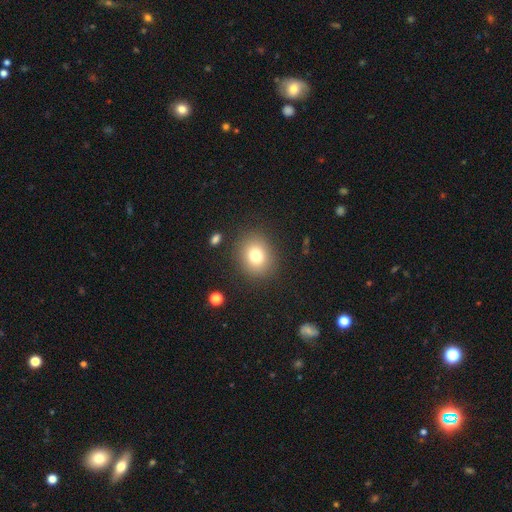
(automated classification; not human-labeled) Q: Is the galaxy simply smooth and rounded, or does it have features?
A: smooth — 78%.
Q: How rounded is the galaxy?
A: round — 67%.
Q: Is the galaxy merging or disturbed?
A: none — 86%.